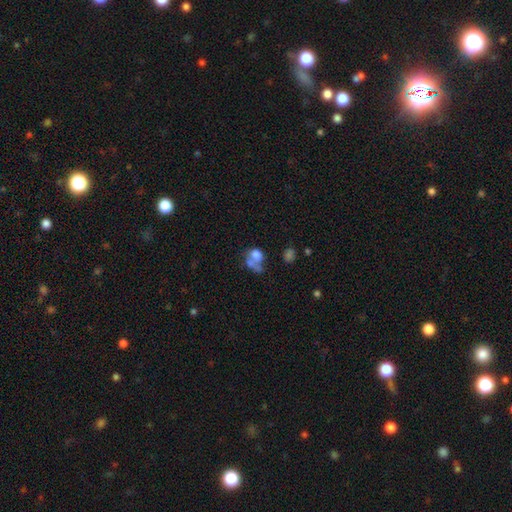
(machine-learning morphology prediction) smooth 66%, featured or disk 22%, star or artifact 12%. Down the decision tree: how rounded — in between (50%); merging — merger (51%).